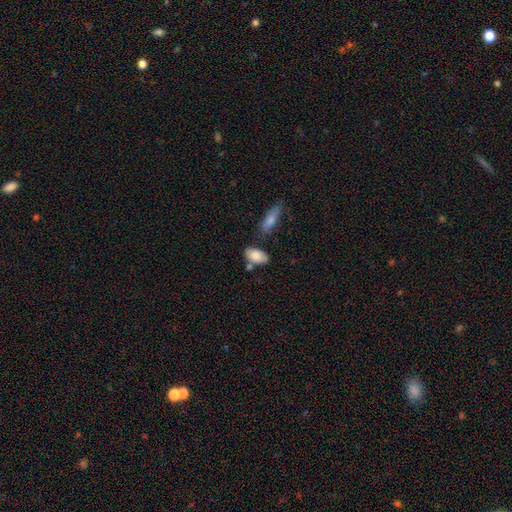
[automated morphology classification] type=smooth (84%); roundness=in between (91%); merging=none (59%).